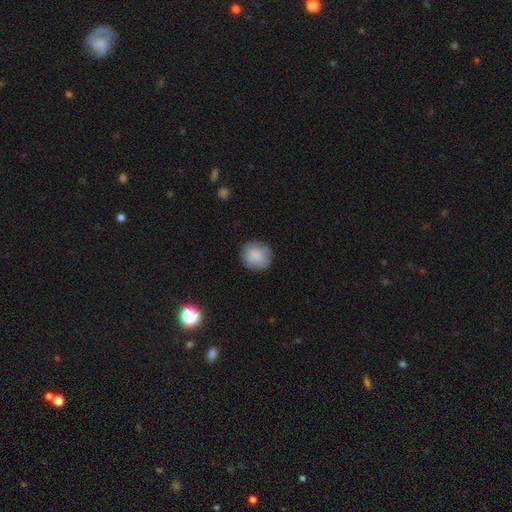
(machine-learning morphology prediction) This appears to be a smooth galaxy with no disk features (85%) that is round (85%). Merging: none (82%).